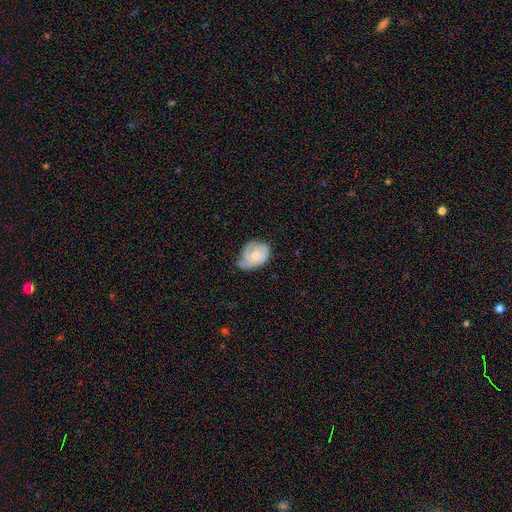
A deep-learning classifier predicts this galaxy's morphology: smooth_or_featured: featured or disk (p=0.49) [alt: smooth p=0.45]
merging: minor disturbance (p=0.41) [alt: none p=0.39]